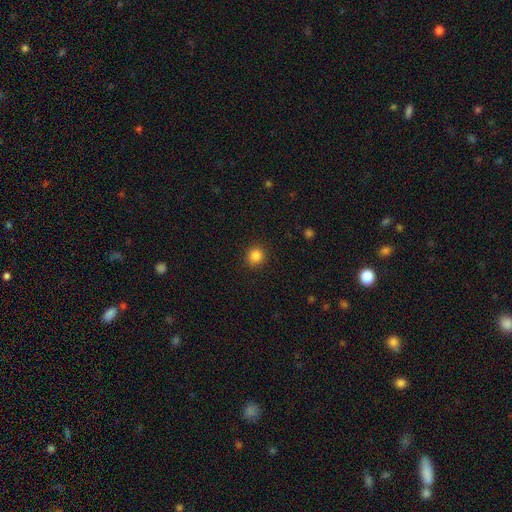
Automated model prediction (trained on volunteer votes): This appears to be a smooth galaxy with no disk features (86%) that is round (89%). Merging: none (90%).